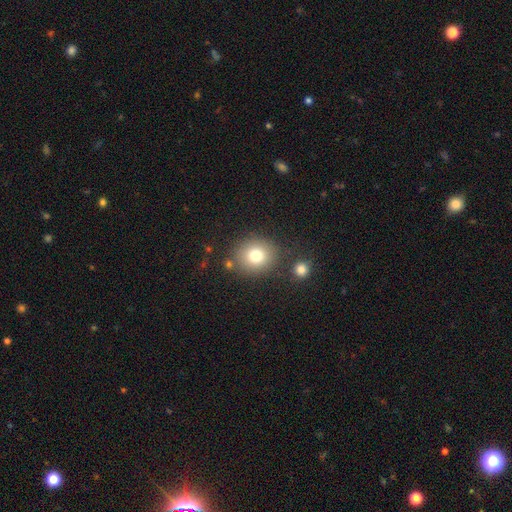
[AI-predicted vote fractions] Morphology: type=smooth (78%); roundness=round (82%); merging=none (78%).